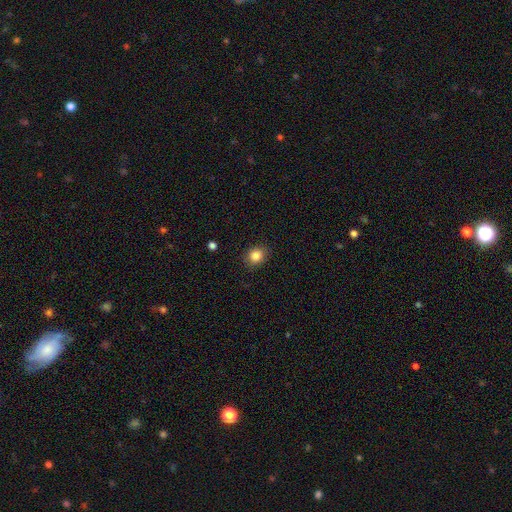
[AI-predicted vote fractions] This is clearly a smooth galaxy (86%). How rounded: likely round (68%). Merging: clearly none (87%).